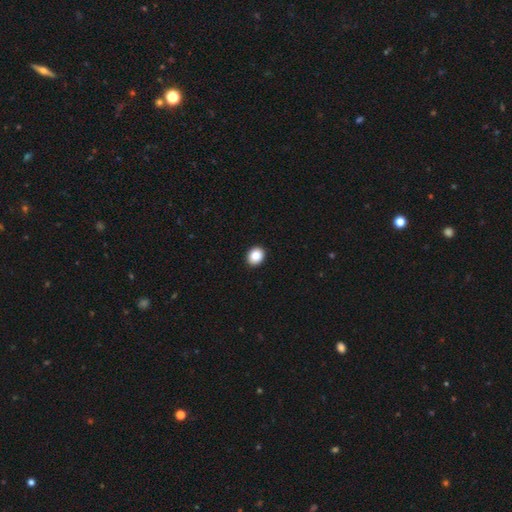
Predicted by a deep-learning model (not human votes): smooth 87%, star or artifact 9%, featured or disk 4%. Down the decision tree: how rounded — round (57%); merging — none (92%).